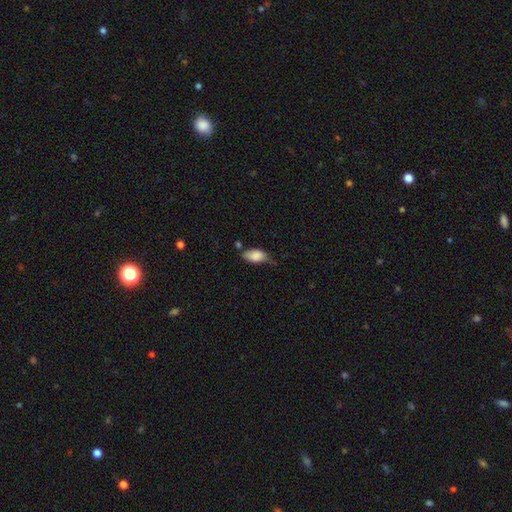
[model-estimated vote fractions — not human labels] Smooth or featured? Predicted: smooth (p=0.83). How rounded? Predicted: in between (p=0.91). Merging? Predicted: none (p=0.43).